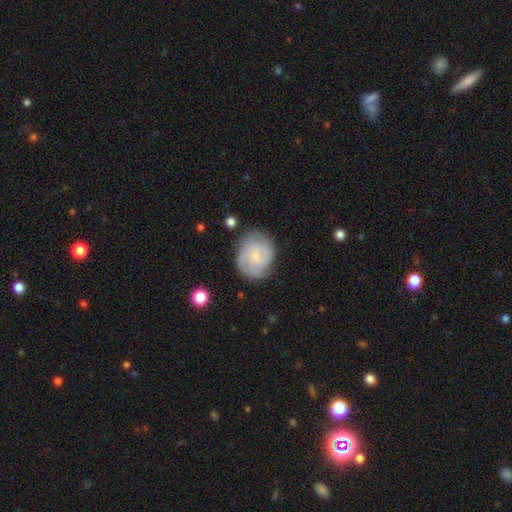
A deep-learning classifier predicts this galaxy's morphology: A featured or disk galaxy (58%) with no bar (67%), tight (51%) spiral arms (90%) and a small central bulge (71%). Merging: none (73%).